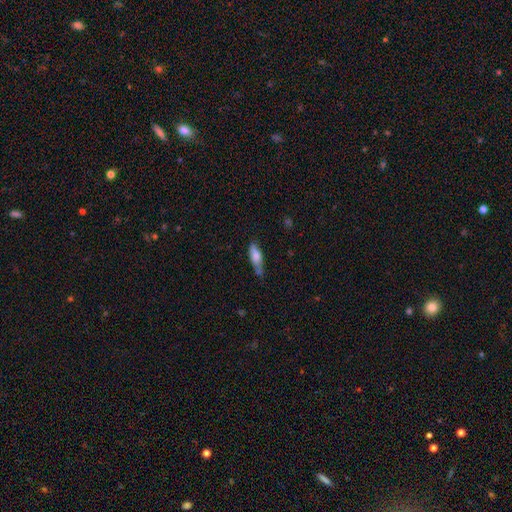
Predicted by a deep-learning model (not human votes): A smooth galaxy with no disk features (71%) that is in between round and cigar-shaped (50%).

Vote fractions:
- Smooth or featured? smooth: 71% / featured or disk: 22% / star or artifact: 7%
- How rounded? in between: 50% / cigar-shaped: 48% / round: 2%
- Merging? none: 55% / minor disturbance: 32% / major disturbance: 7% / merger: 7%